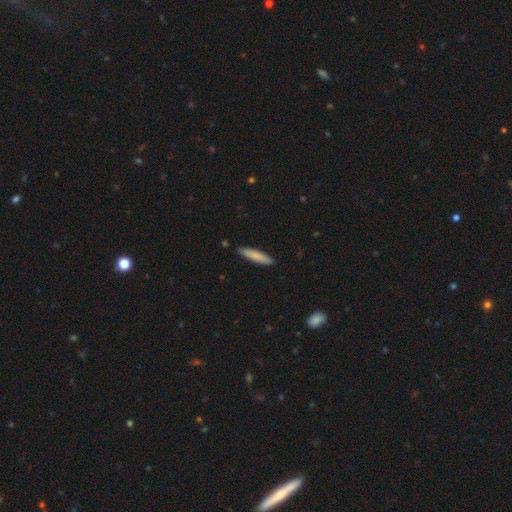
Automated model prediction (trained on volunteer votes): The model was most divided on "smooth or featured": smooth: 80%, featured or disk: 15%, star or artifact: 5%. More confident: merging — none (88%); how rounded — cigar-shaped (84%).